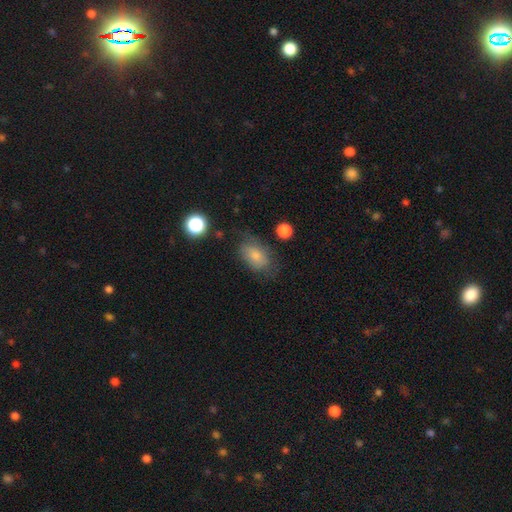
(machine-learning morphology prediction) Smooth or featured: smooth — 75% (featured or disk — 16%)
How rounded: in between — 86% (round — 12%)
Merging: none — 63% (minor disturbance — 24%)